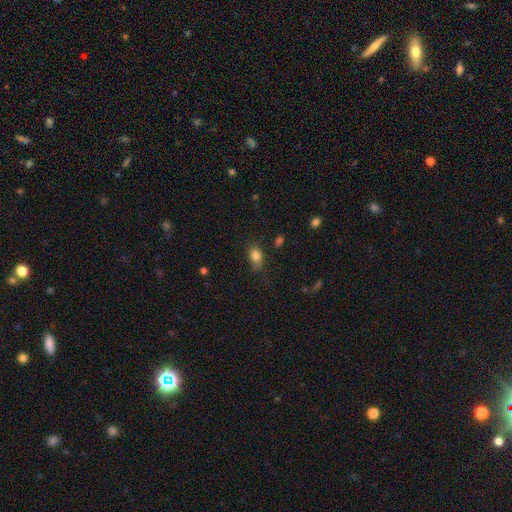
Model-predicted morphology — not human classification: Smooth or featured? Predicted: smooth (p=0.82). How rounded? Predicted: in between (p=0.74). Merging? Predicted: none (p=0.66).